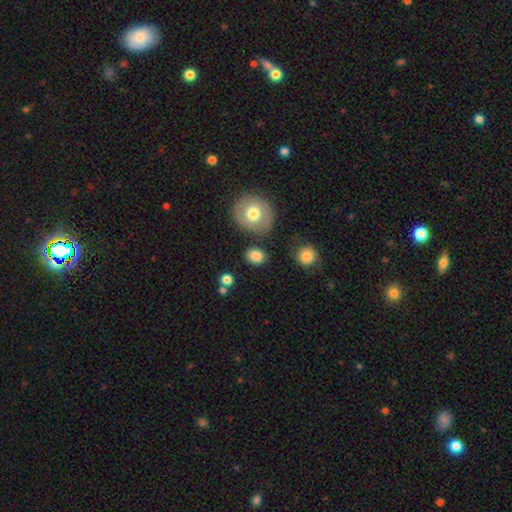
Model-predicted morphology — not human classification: smooth-or-featured: smooth: 83% | star or artifact: 9% | featured or disk: 8%
  how-rounded: in between: 51% | round: 48% | cigar-shaped: 1%
  merging: none: 83% | minor disturbance: 10% | merger: 4% | major disturbance: 3%